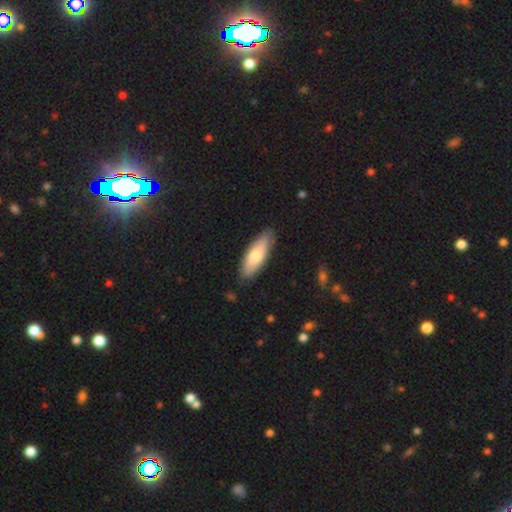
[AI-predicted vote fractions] smooth-or-featured: smooth: 70% | featured or disk: 25% | star or artifact: 5%
  how-rounded: in between: 64% | cigar-shaped: 34% | round: 2%
  merging: none: 85% | minor disturbance: 12% | major disturbance: 2% | merger: 1%